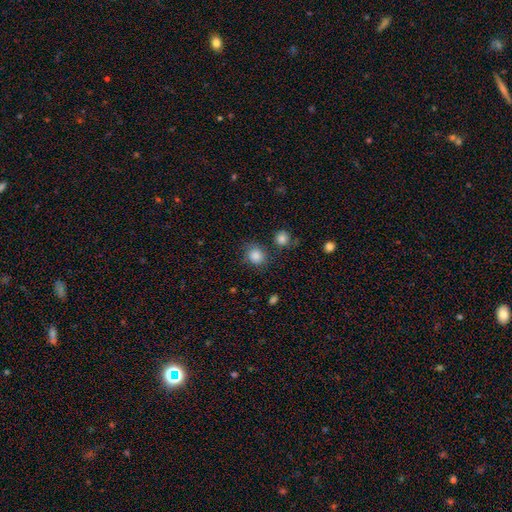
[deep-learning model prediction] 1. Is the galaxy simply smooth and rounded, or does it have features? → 85% smooth, 9% star or artifact, 6% featured or disk.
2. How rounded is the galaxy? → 69% round, 30% in between, 1% cigar-shaped.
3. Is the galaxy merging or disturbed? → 72% none, 17% minor disturbance, 6% major disturbance, 5% merger.